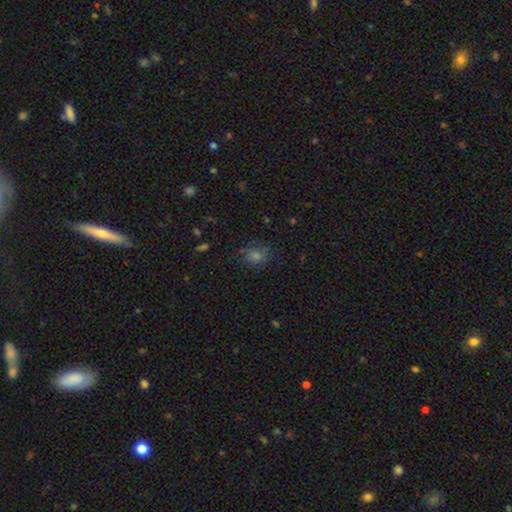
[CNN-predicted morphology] Smooth or featured? smooth (62%)
How rounded? round (64%)
Merging? none (78%)